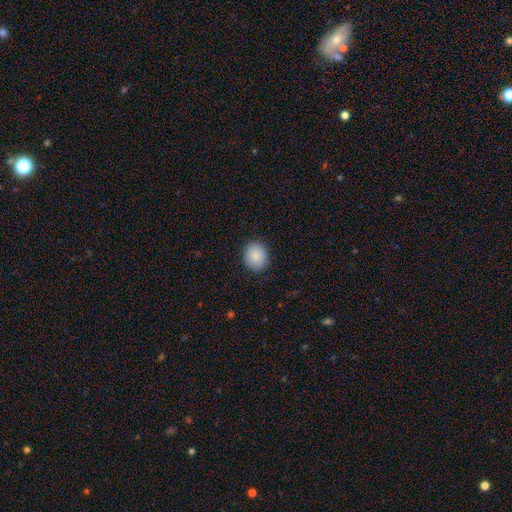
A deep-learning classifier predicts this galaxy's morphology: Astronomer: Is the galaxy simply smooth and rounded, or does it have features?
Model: smooth — 88%.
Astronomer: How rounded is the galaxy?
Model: round — 77%.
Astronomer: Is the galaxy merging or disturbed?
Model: none — 90%.